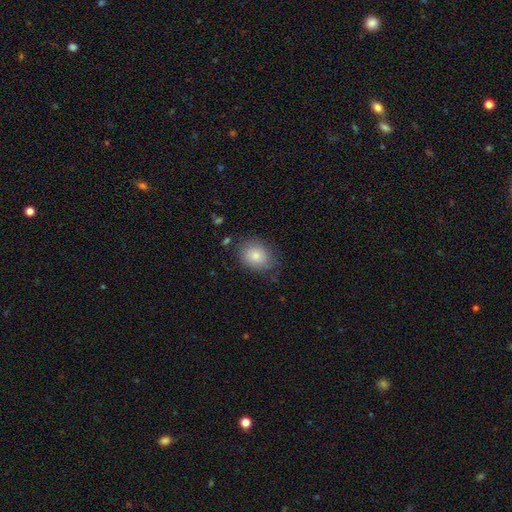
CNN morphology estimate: A smooth galaxy with no disk features (81%) that is in between round and cigar-shaped (56%).

Vote fractions:
- Smooth or featured? smooth: 81% / featured or disk: 11% / star or artifact: 8%
- How rounded? in between: 56% / round: 43% / cigar-shaped: 1%
- Merging? none: 74% / minor disturbance: 19% / major disturbance: 5% / merger: 2%